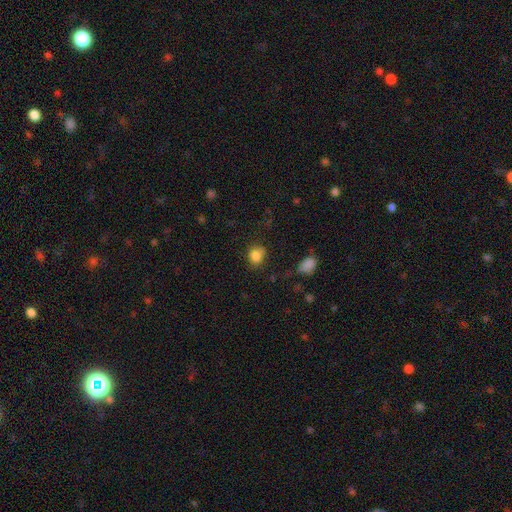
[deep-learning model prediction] A smooth galaxy with no disk features (83%) that is round (64%).

Vote fractions:
- Smooth or featured? smooth: 83% / star or artifact: 11% / featured or disk: 6%
- How rounded? round: 64% / in between: 35% / cigar-shaped: 1%
- Merging? none: 67% / minor disturbance: 22% / major disturbance: 6% / merger: 5%